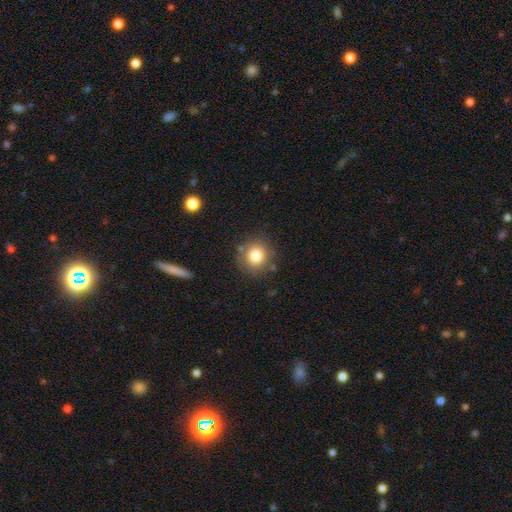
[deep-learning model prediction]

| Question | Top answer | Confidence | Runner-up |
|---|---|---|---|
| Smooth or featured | smooth | 80% | star or artifact (11%) |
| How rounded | round | 87% | in between (12%) |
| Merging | none | 82% | minor disturbance (11%) |